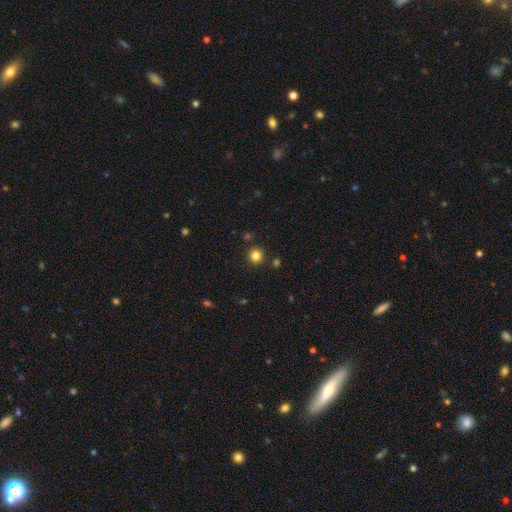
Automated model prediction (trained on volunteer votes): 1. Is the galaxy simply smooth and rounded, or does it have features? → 83% smooth, 13% star or artifact, 4% featured or disk.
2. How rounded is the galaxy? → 94% round, 5% in between, 1% cigar-shaped.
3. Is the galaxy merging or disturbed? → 89% none, 6% minor disturbance, 3% merger, 2% major disturbance.